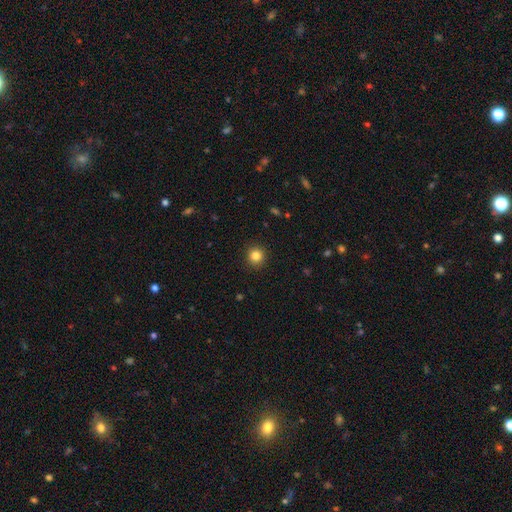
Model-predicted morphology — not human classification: Smooth or featured? smooth (84%)
How rounded? round (93%)
Merging? none (92%)